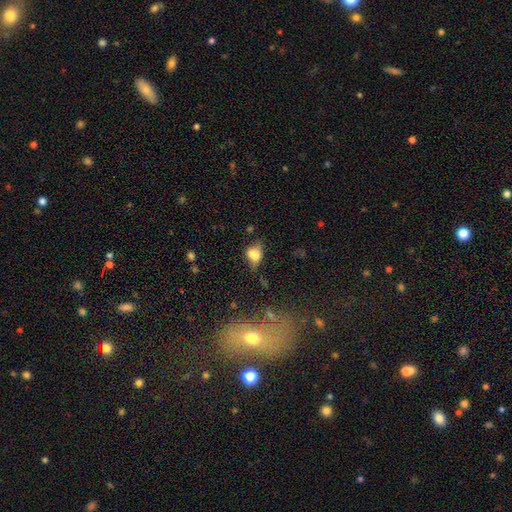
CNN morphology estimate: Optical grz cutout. It shows a smooth galaxy with no disk features (67%) that is in between round and cigar-shaped (68%). Merging: none (33%).